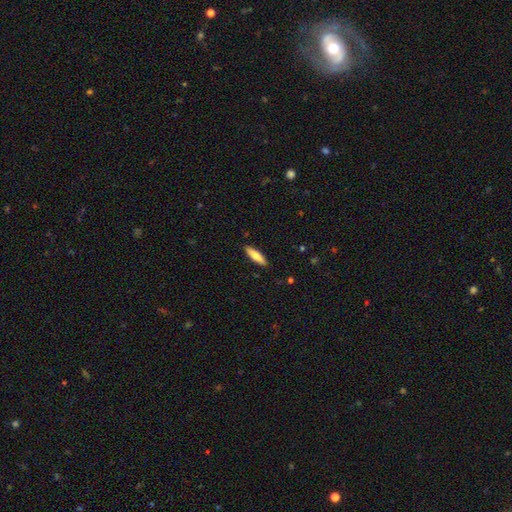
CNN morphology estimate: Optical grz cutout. It shows a smooth galaxy with no disk features (75%) that is cigar-shaped (70%). Merging: none (90%).